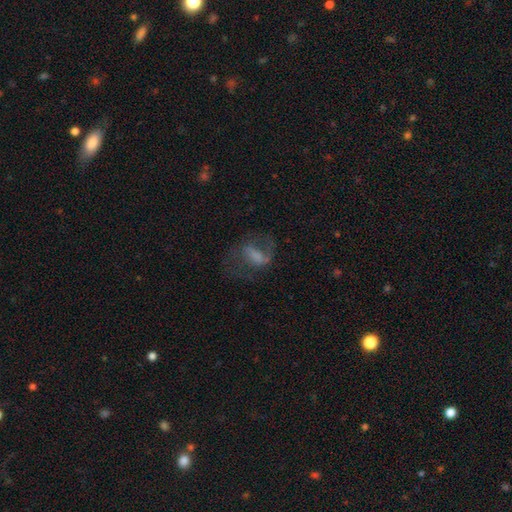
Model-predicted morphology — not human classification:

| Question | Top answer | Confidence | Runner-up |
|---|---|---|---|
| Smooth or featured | featured or disk | 56% | smooth (32%) |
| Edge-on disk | no | 96% | yes (4%) |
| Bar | weak | 38% | strong (34%) |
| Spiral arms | yes | 68% | no (32%) |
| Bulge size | none | 46% | moderate (20%) |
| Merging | none | 43% | major disturbance (37%) |